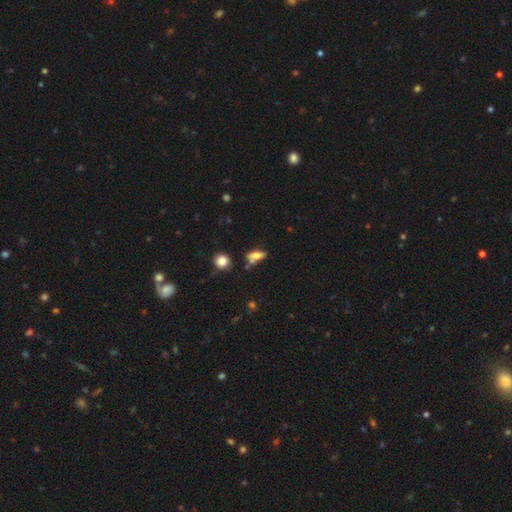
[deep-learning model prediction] Smooth or featured? smooth (62%)
How rounded? in between (67%)
Merging? none (53%)